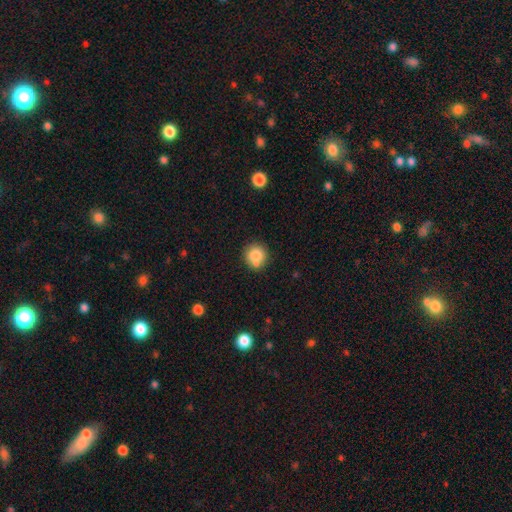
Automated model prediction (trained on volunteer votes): A smooth galaxy with no disk features (79%) that is round (89%).

Vote fractions:
- Smooth or featured? smooth: 79% / featured or disk: 11% / star or artifact: 9%
- How rounded? round: 89% / in between: 10% / cigar-shaped: 1%
- Merging? none: 65% / minor disturbance: 16% / merger: 15% / major disturbance: 4%